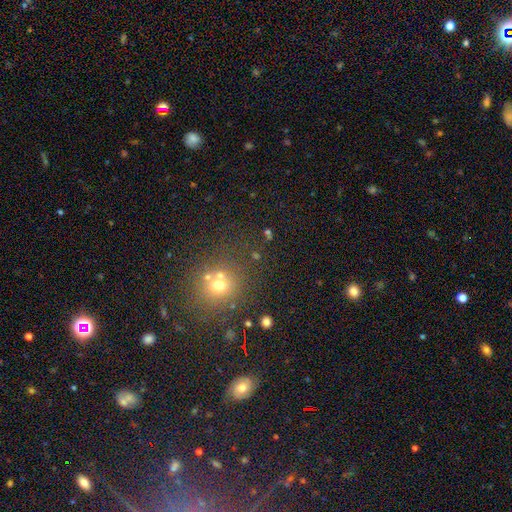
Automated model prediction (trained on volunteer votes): Q: Smooth or featured?
A: smooth (50%); runner-up: star or artifact (37%)
Q: How rounded?
A: round (82%); runner-up: in between (17%)
Q: Merging?
A: none (66%); runner-up: merger (20%)